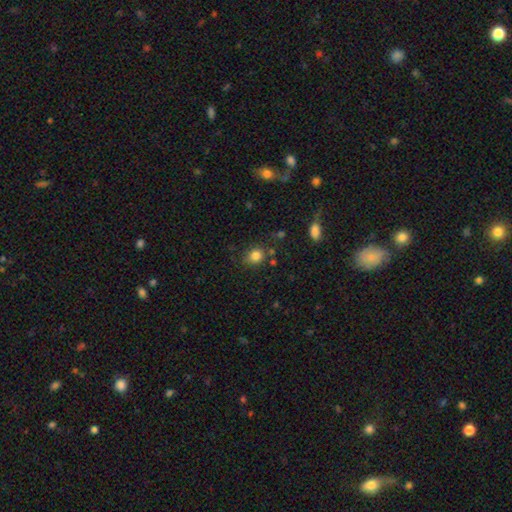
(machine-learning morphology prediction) This appears to be a smooth galaxy with no disk features (82%) that is round (67%). Merging: none (73%).